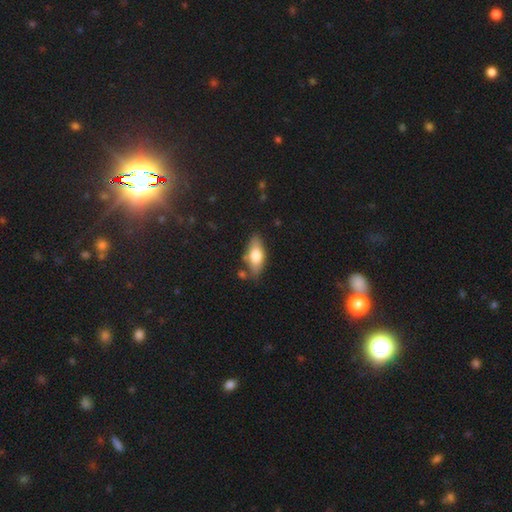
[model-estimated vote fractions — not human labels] Smooth or featured? smooth (69%)
How rounded? in between (79%)
Merging? none (74%)